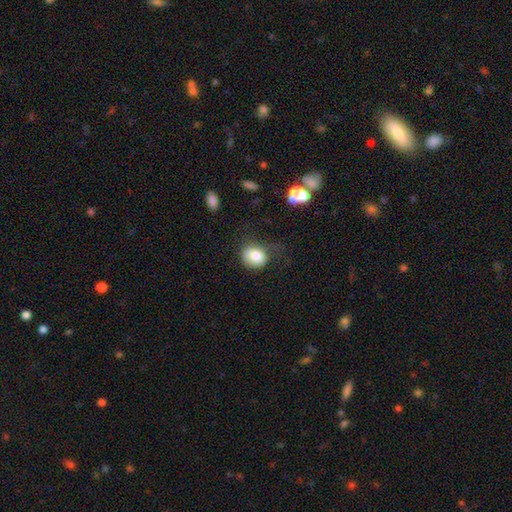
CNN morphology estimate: This is clearly a smooth galaxy (81%). How rounded: possibly round (55%). Merging: possibly none (51%).